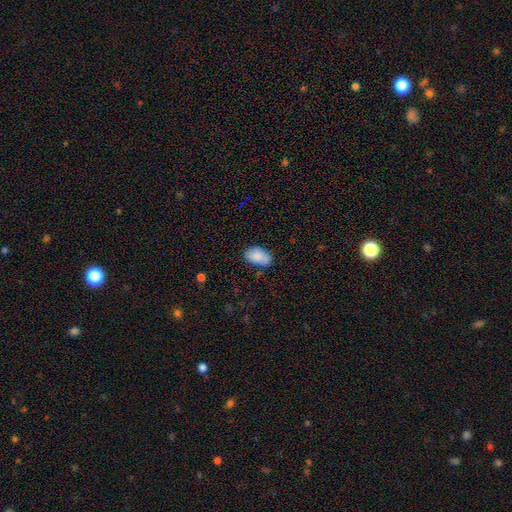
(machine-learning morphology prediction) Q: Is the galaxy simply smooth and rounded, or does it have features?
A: smooth — 85%.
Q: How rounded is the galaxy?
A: in between — 91%.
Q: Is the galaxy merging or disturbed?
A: none — 64%.